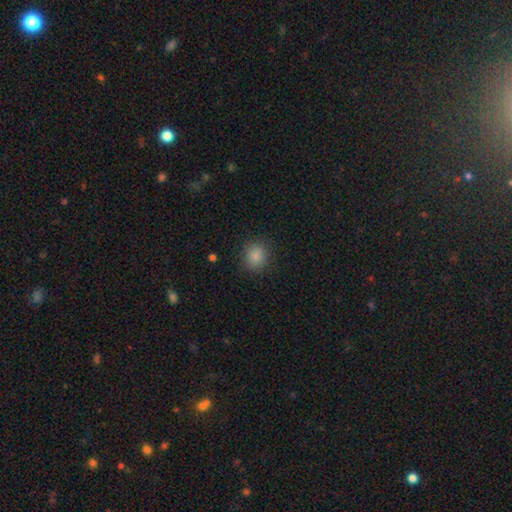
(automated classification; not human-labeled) smooth-or-featured: smooth: 86% | star or artifact: 10% | featured or disk: 4%
  how-rounded: round: 82% | in between: 17% | cigar-shaped: 1%
  merging: none: 87% | minor disturbance: 8% | major disturbance: 3% | merger: 1%